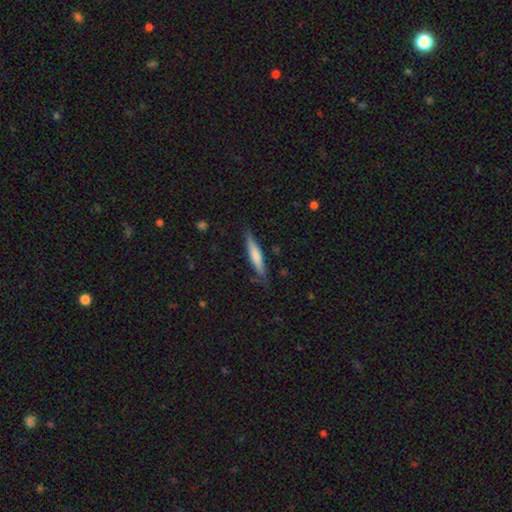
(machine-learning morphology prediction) smooth-or-featured: smooth: 67% | featured or disk: 28% | star or artifact: 5%
  how-rounded: cigar-shaped: 89% | in between: 10% | round: 1%
  merging: none: 79% | minor disturbance: 16% | major disturbance: 3% | merger: 2%